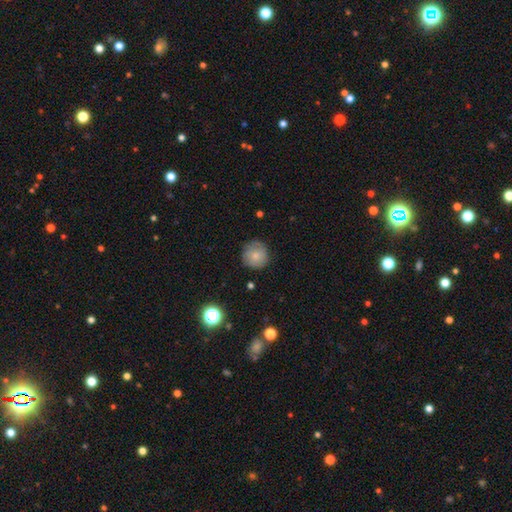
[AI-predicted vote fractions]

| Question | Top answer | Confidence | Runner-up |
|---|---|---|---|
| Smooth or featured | smooth | 74% | featured or disk (17%) |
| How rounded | round | 93% | in between (6%) |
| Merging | none | 77% | minor disturbance (17%) |